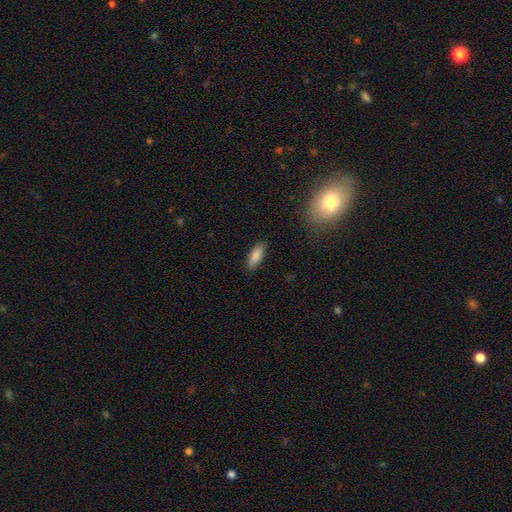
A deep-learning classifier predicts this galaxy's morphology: smooth-or-featured: smooth: 86% | featured or disk: 7% | star or artifact: 7%
  how-rounded: in between: 68% | cigar-shaped: 30% | round: 2%
  merging: none: 88% | minor disturbance: 9% | major disturbance: 2% | merger: 1%